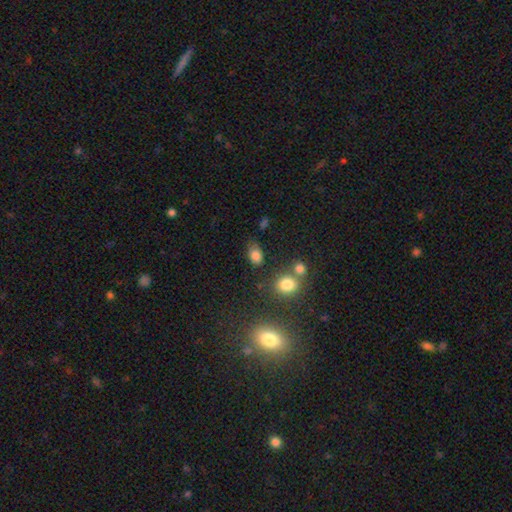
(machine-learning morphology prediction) Q: Smooth or featured?
A: smooth (80%); runner-up: star or artifact (13%)
Q: How rounded?
A: in between (78%); runner-up: round (20%)
Q: Merging?
A: none (61%); runner-up: minor disturbance (23%)